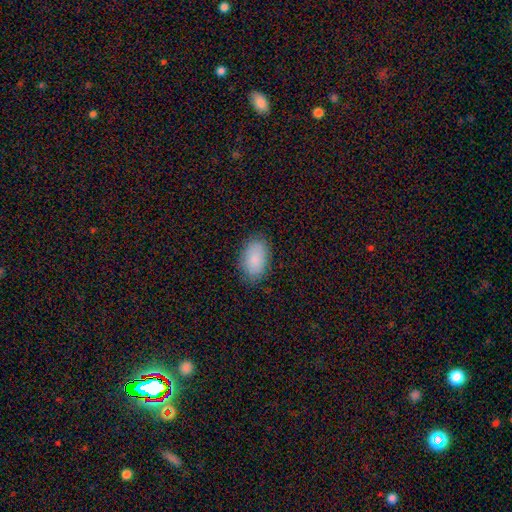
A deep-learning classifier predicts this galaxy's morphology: The model was most divided on "merging": none: 84%, minor disturbance: 12%, major disturbance: 3%, merger: 1%. More confident: how rounded — in between (92%); smooth or featured — smooth (87%).